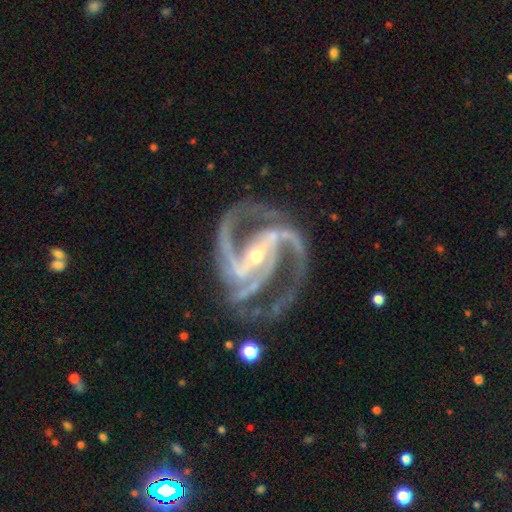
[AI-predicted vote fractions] Q: Smooth or featured?
A: featured or disk (94%); runner-up: star or artifact (4%)
Q: Edge-on disk?
A: no (98%); runner-up: yes (2%)
Q: Bar?
A: strong (62%); runner-up: weak (24%)
Q: Spiral arms?
A: yes (99%); runner-up: no (1%)
Q: Spiral winding?
A: medium (62%); runner-up: tight (28%)
Q: Spiral arm count?
A: 3 (46%); runner-up: 2 (34%)
Q: Bulge size?
A: small (64%); runner-up: moderate (33%)
Q: Merging?
A: none (65%); runner-up: minor disturbance (18%)